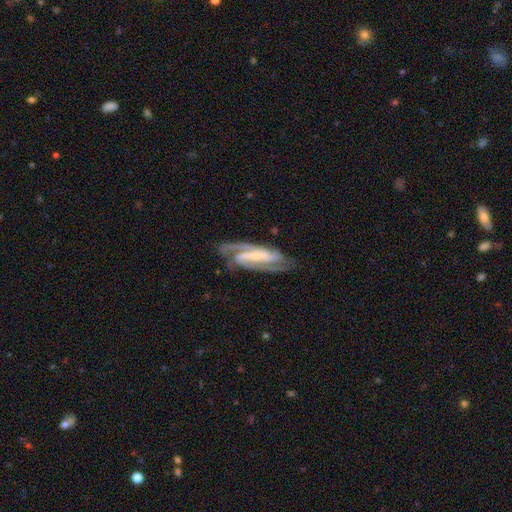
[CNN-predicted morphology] type=featured or disk (91%); edge-on=no (93%); bar=strong (57%); spiral arms=yes (98%); winding=medium (51%); arm count=2 (82%); bulge=small (65%); merging=none (79%).